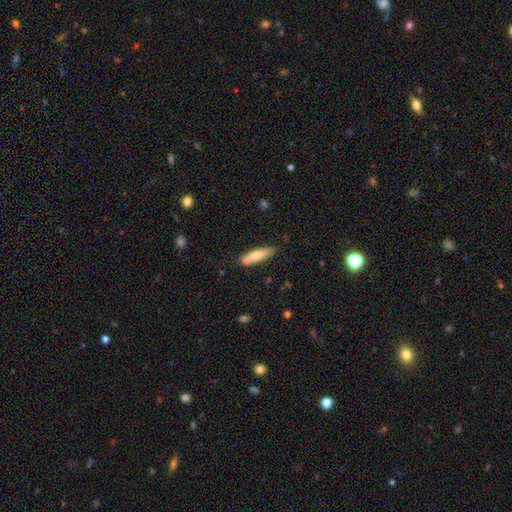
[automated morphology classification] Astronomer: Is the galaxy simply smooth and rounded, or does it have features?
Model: smooth — 70%.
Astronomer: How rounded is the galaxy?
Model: cigar-shaped — 73%.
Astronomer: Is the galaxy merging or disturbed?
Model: none — 76%.